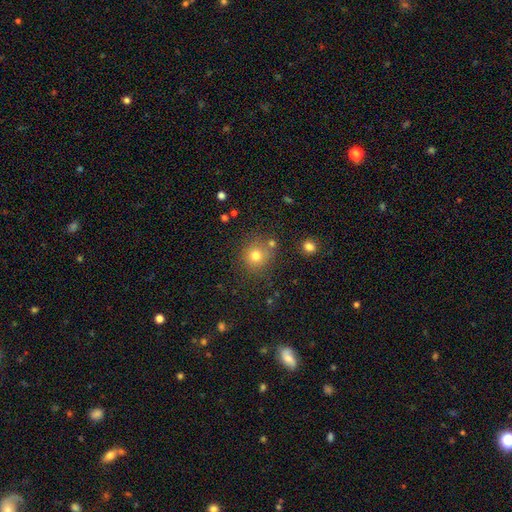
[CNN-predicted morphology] Overall: smooth (76%). How rounded: round (89%). Merging: none (76%).